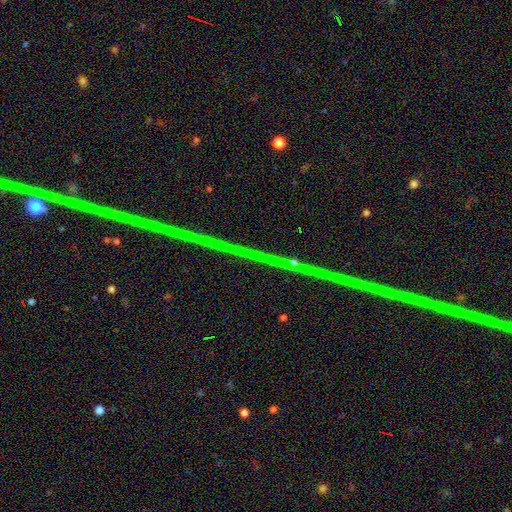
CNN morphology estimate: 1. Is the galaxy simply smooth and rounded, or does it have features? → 70% star or artifact, 22% featured or disk, 8% smooth.